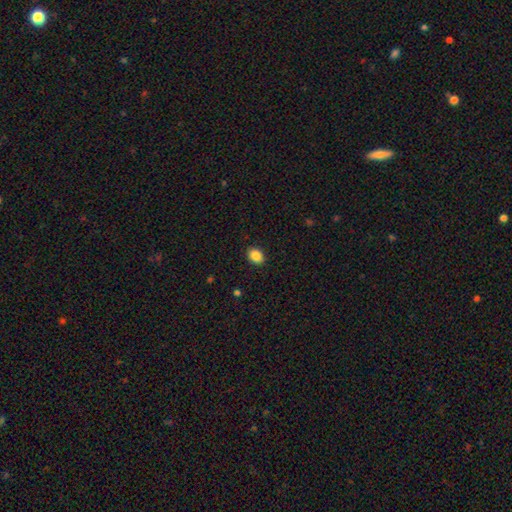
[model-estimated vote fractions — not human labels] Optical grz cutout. It shows a smooth galaxy with no disk features (87%) that is in between round and cigar-shaped (66%). Merging: none (90%).